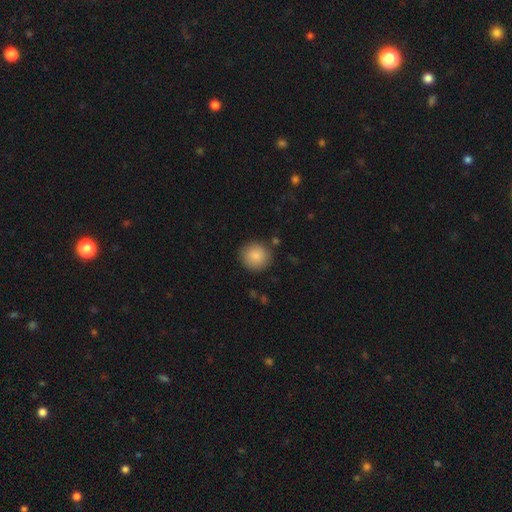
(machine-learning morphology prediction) Overall: smooth (87%). How rounded: round (92%). Merging: none (86%).